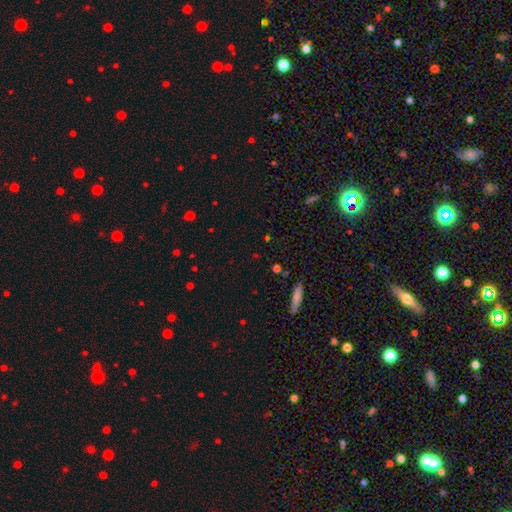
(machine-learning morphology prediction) Q: Smooth or featured?
A: smooth (46%); runner-up: star or artifact (43%)
Q: Merging?
A: none (82%); runner-up: minor disturbance (10%)